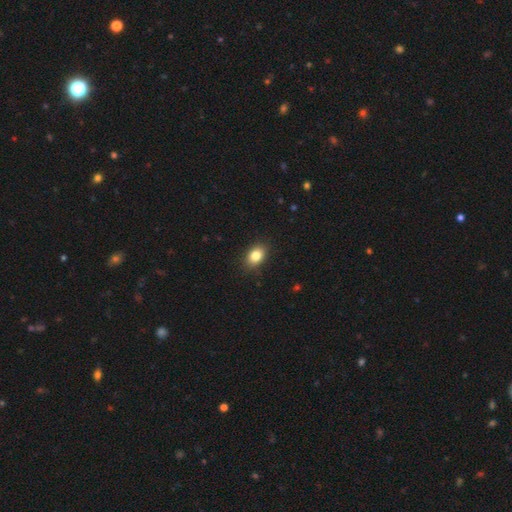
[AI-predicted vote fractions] Smooth or featured: smooth — 84% (star or artifact — 9%)
How rounded: in between — 81% (round — 18%)
Merging: none — 87% (minor disturbance — 9%)